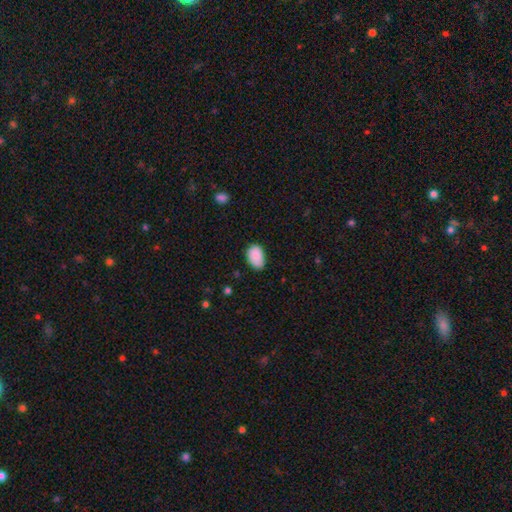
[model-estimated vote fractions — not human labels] Smooth or featured: smooth — 88% (star or artifact — 7%)
How rounded: in between — 88% (round — 11%)
Merging: none — 66% (minor disturbance — 28%)